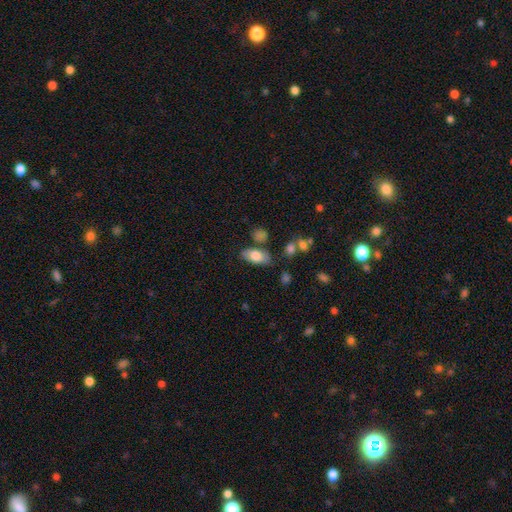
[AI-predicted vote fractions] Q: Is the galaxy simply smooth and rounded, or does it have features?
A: smooth — 75%.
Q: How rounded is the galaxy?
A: in between — 90%.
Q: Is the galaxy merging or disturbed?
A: none — 73%.